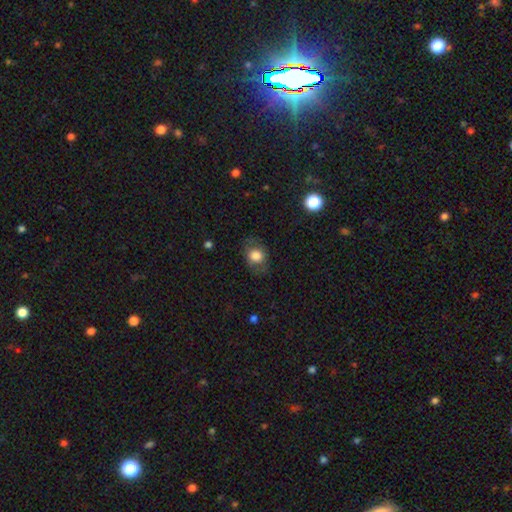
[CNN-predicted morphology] A smooth galaxy with no disk features (75%) that is round (50%).

Vote fractions:
- Smooth or featured? smooth: 75% / featured or disk: 16% / star or artifact: 9%
- How rounded? round: 50% / in between: 49% / cigar-shaped: 1%
- Merging? none: 74% / minor disturbance: 17% / major disturbance: 8% / merger: 1%